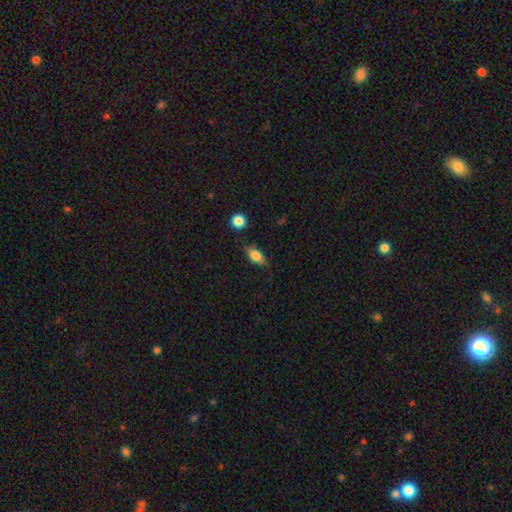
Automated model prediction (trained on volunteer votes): Smooth or featured?
  - smooth: 72% *
  - featured or disk: 20%
  - star or artifact: 8%
How rounded?
  - in between: 80% *
  - cigar-shaped: 13%
  - round: 7%
Merging?
  - none: 76% *
  - minor disturbance: 17%
  - major disturbance: 4%
  - merger: 2%